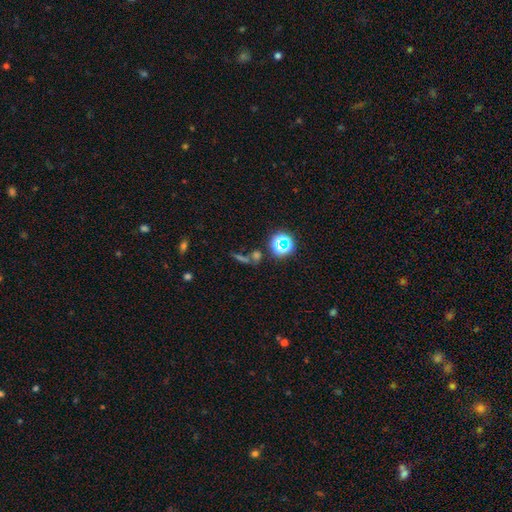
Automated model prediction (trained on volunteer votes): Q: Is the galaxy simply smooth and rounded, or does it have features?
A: star or artifact — 52%.